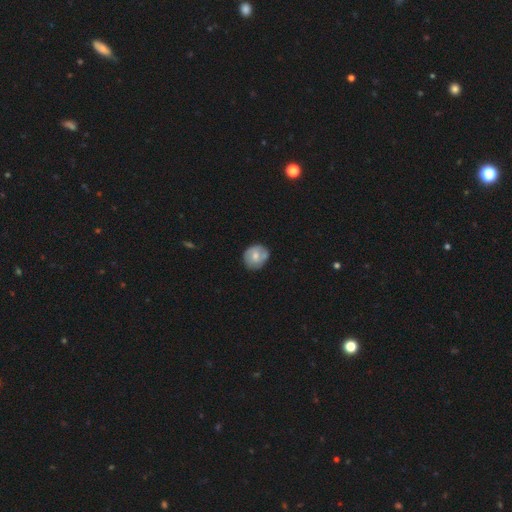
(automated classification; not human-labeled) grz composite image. It shows a smooth galaxy with no disk features (60%) that is round (78%). Merging: none (68%).